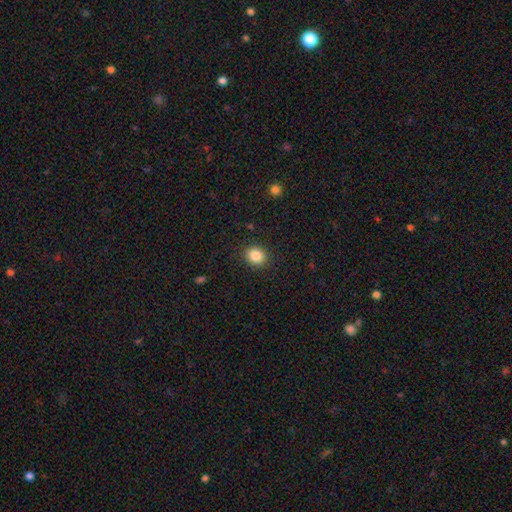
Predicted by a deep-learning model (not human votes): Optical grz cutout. It shows a smooth galaxy with no disk features (84%) that is round (69%). Merging: none (90%).